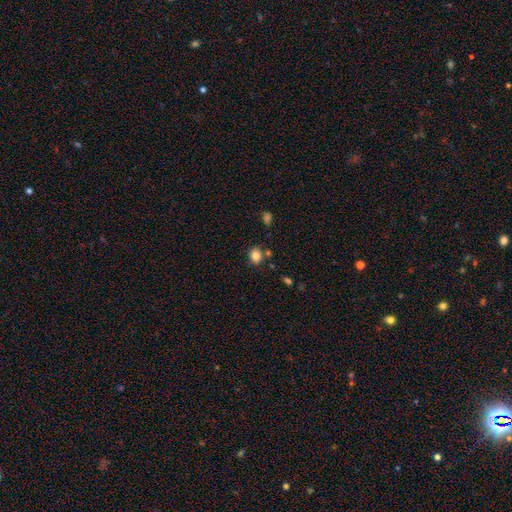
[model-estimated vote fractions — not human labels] smooth-or-featured: smooth: 83% | star or artifact: 11% | featured or disk: 7%
  how-rounded: round: 51% | in between: 48% | cigar-shaped: 1%
  merging: none: 76% | minor disturbance: 14% | merger: 7% | major disturbance: 3%